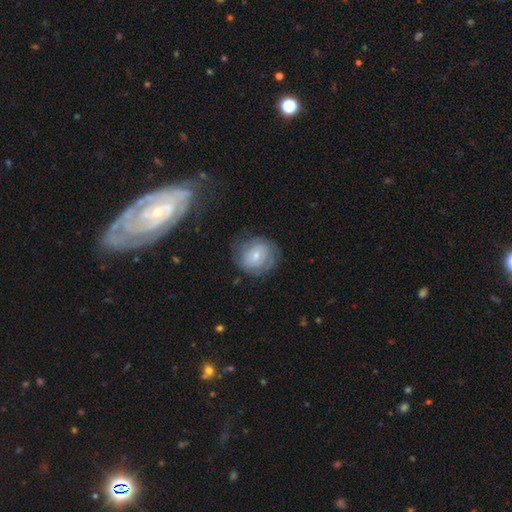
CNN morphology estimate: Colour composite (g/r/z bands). It shows a featured or disk galaxy (59%) with no bar (60%), spiral arms (78%) and a small central bulge (61%). Merging: none (68%).